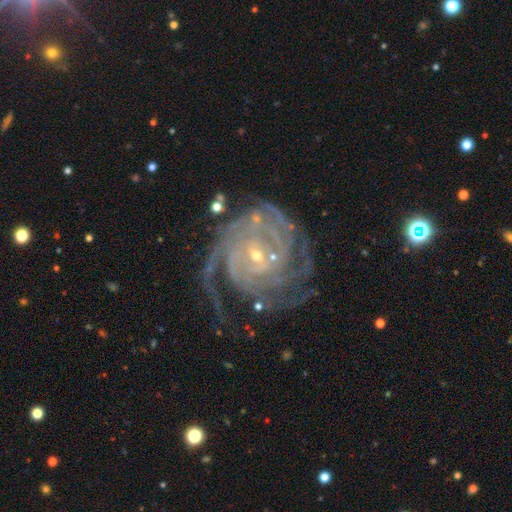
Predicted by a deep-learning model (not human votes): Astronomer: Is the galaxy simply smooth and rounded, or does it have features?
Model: featured or disk — 90%.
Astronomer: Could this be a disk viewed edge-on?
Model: no — 97%.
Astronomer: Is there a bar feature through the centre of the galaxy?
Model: no — 51% (runner-up: weak, 36%).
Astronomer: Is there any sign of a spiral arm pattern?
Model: yes — 98%.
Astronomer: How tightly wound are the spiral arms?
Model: tight — 73%.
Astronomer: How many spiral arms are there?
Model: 4 — 23% (runner-up: can't tell, 21%).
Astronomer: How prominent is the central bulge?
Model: small — 78%.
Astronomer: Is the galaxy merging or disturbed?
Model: none — 62%.